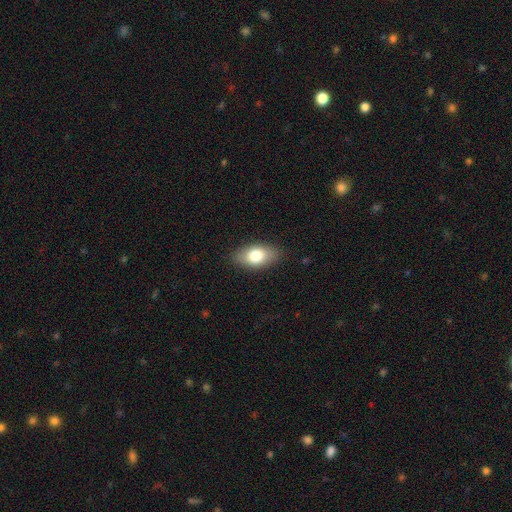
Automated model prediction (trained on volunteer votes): The model was most divided on "smooth or featured": smooth: 77%, featured or disk: 16%, star or artifact: 7%. More confident: how rounded — in between (91%); merging — none (85%).